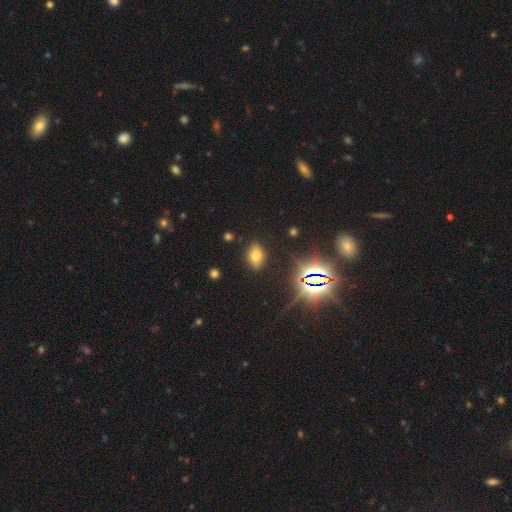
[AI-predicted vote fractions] smooth-or-featured: smooth: 62% | star or artifact: 24% | featured or disk: 14%
  how-rounded: in between: 84% | round: 13% | cigar-shaped: 3%
  merging: none: 84% | minor disturbance: 11% | major disturbance: 3% | merger: 2%